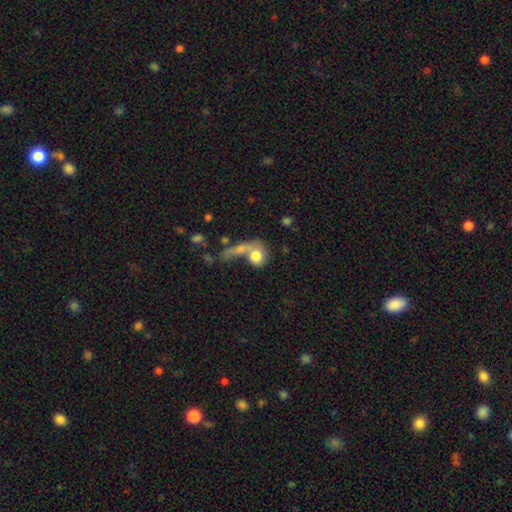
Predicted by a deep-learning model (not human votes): smooth 73%, featured or disk 20%, star or artifact 8%. Down the decision tree: how rounded — round (66%); merging — merger (43%).